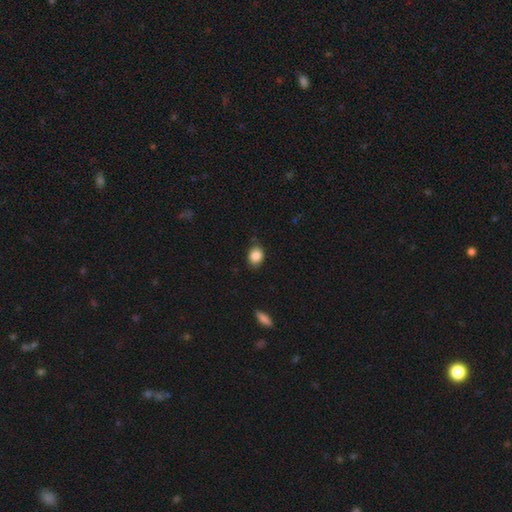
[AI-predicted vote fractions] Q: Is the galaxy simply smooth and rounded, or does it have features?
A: smooth — 87%.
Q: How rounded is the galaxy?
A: in between — 55%.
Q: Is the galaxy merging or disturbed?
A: none — 77%.